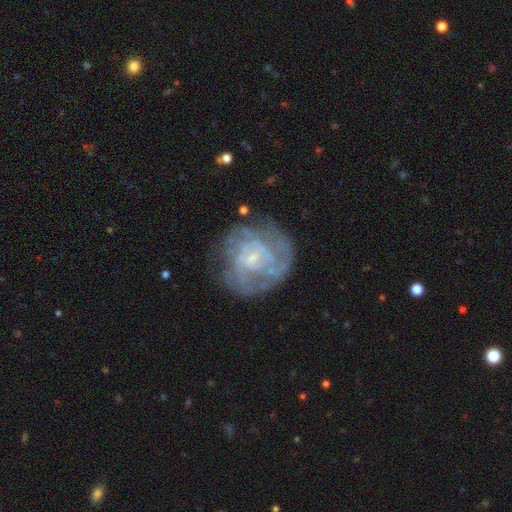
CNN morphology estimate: This appears to be a featured or disk galaxy (77%) with no bar (61%), tight (63%) spiral arms (86%) and a small central bulge (73%). Merging: none (72%).